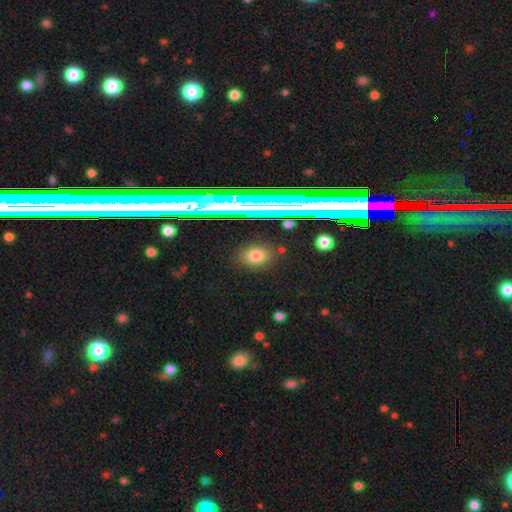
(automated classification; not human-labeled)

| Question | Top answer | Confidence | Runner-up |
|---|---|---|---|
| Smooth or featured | smooth | 72% | star or artifact (20%) |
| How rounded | in between | 49% | round (48%) |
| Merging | none | 88% | minor disturbance (8%) |